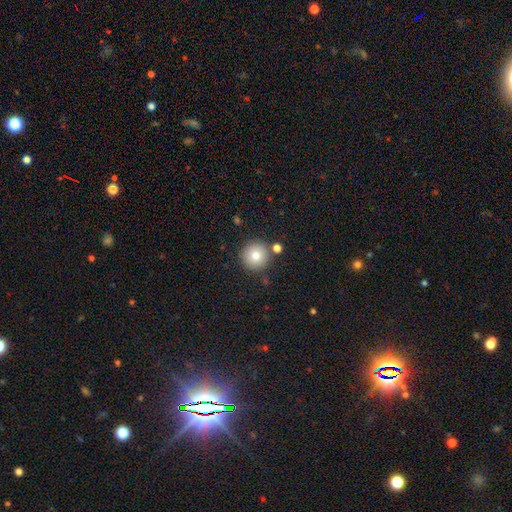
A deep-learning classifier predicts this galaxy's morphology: smooth 79%, star or artifact 11%, featured or disk 11%. Down the decision tree: how rounded — round (96%); merging — none (84%).